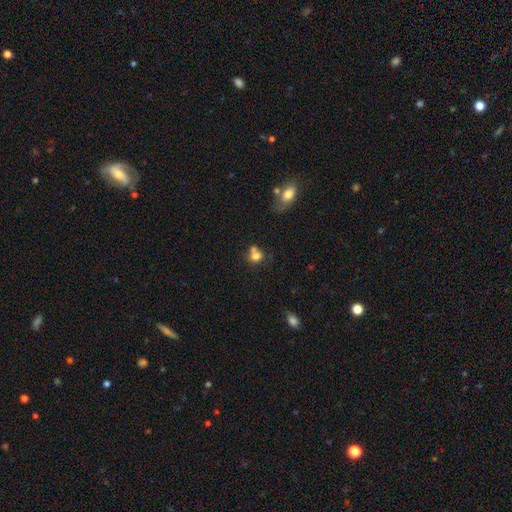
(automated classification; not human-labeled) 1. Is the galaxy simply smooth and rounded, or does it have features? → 75% smooth, 13% featured or disk, 12% star or artifact.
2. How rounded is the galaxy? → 63% round, 36% in between, 1% cigar-shaped.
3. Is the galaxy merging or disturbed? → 44% merger, 38% none, 12% minor disturbance, 6% major disturbance.